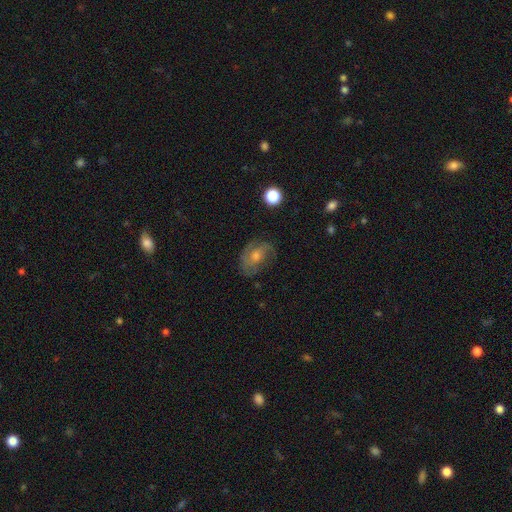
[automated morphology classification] This appears to be a featured or disk galaxy (61%) with no bar (69%), spiral arms (80%) and a moderate central bulge (61%). Merging: none (67%).